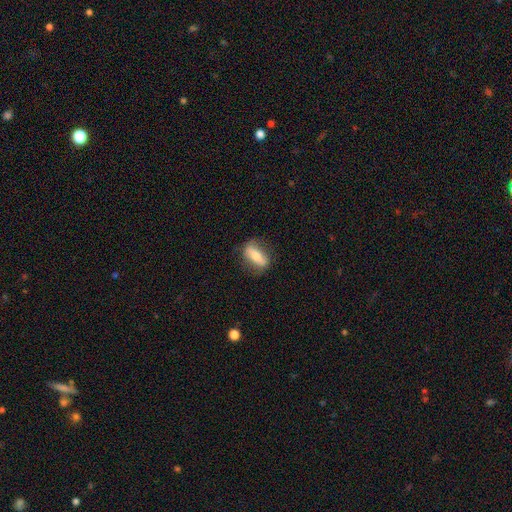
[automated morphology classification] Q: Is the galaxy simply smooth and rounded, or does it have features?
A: smooth — 55%.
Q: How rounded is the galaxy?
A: in between — 65%.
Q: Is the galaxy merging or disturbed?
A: none — 77%.